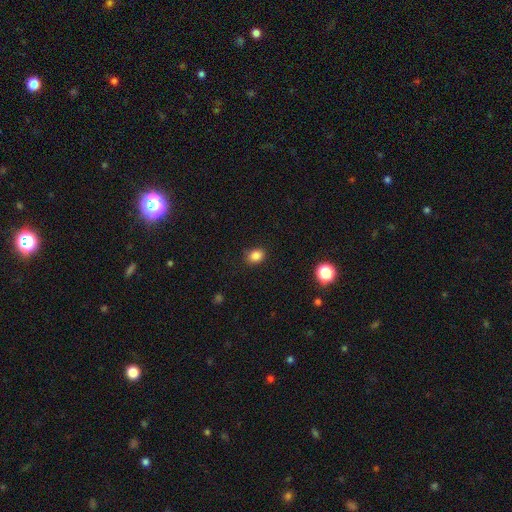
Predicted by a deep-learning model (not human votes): Overall: smooth (85%). How rounded: in between (52%; round 47%). Merging: none (85%).